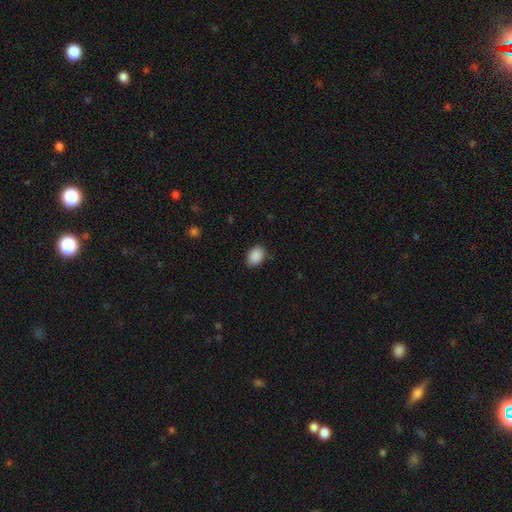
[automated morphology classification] Overall: smooth (90%). How rounded: in between (80%). Merging: none (84%).